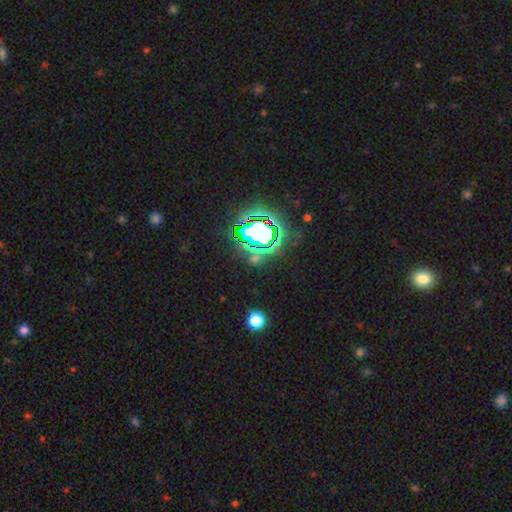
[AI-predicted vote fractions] Overall: star or artifact (72%).